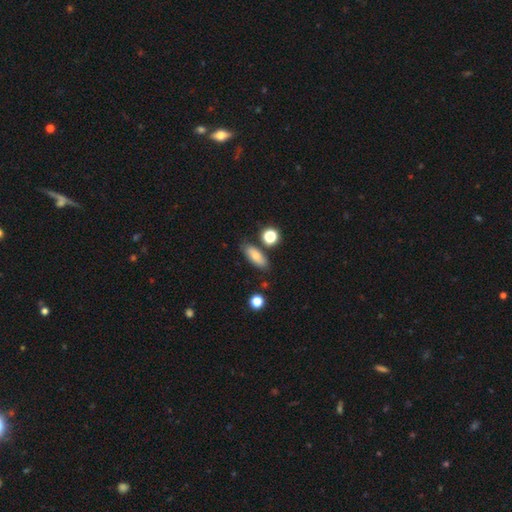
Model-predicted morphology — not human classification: This appears to be a smooth galaxy with no disk features (76%) that is in between round and cigar-shaped (71%). Merging: none (78%).